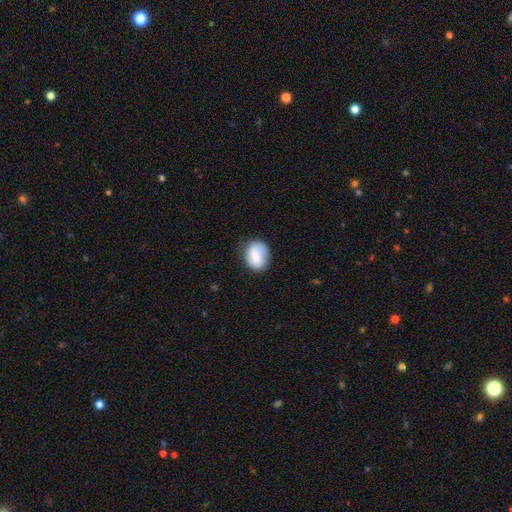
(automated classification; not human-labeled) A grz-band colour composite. It shows a smooth galaxy with no disk features (77%) that is in between round and cigar-shaped (57%). Merging: none (73%).